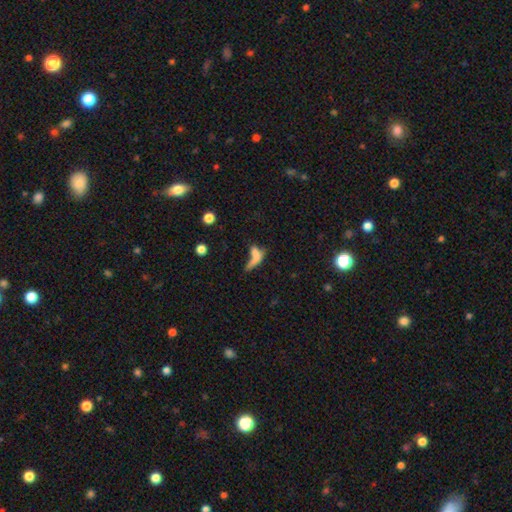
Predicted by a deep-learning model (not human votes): A smooth galaxy with no disk features (60%) that is in between round and cigar-shaped (45%).

Vote fractions:
- Smooth or featured? smooth: 60% / featured or disk: 26% / star or artifact: 14%
- How rounded? in between: 45% / cigar-shaped: 44% / round: 10%
- Merging? merger: 35% / major disturbance: 26% / none: 25% / minor disturbance: 13%